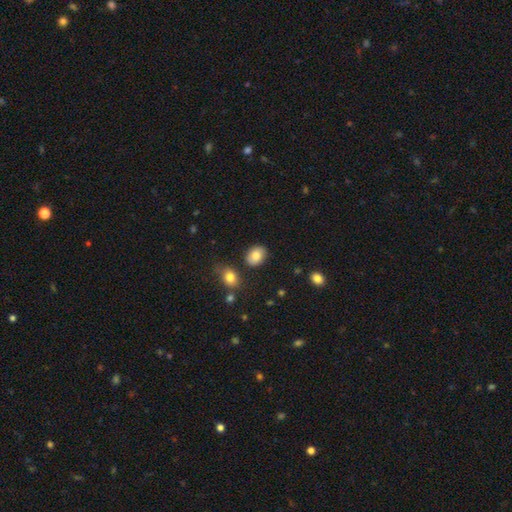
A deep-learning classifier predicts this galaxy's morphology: smooth-or-featured: smooth: 81% | featured or disk: 11% | star or artifact: 8%
  how-rounded: in between: 63% | round: 36% | cigar-shaped: 1%
  merging: none: 82% | minor disturbance: 11% | merger: 4% | major disturbance: 3%